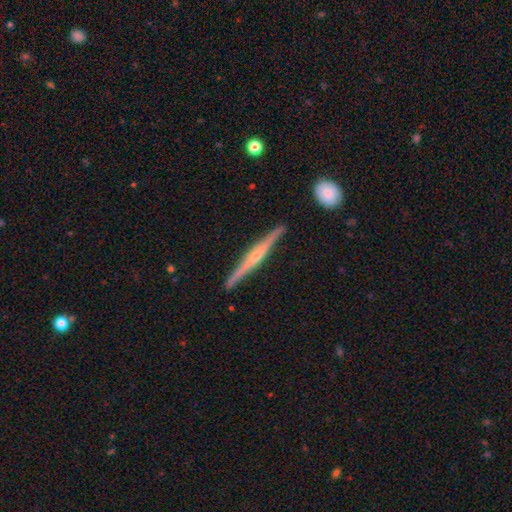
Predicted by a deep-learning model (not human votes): A featured or disk galaxy (77%) viewed edge-on (98%) with a rounded central bulge (67%).

Vote fractions:
- Smooth or featured? featured or disk: 77% / smooth: 18% / star or artifact: 5%
- Edge-on disk? yes: 98% / no: 2%
- Edge-on bulge? rounded: 67% / none: 23% / boxy: 10%
- Merging? none: 89% / minor disturbance: 8% / merger: 2% / major disturbance: 1%